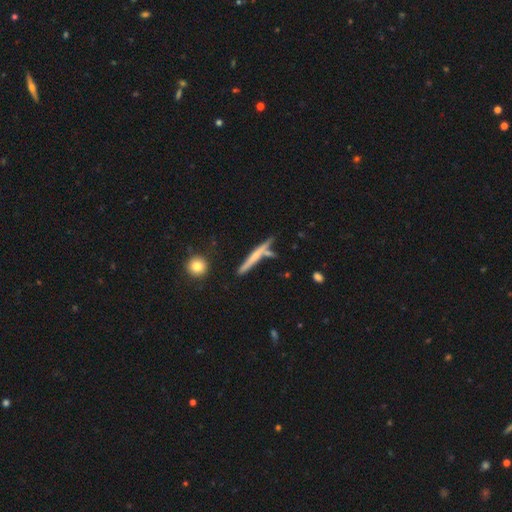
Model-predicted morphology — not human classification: Overall: featured or disk (53%; smooth 40%). Edge-on disk: yes (95%). Edge-on bulge: none (53%; rounded 38%). Merging: none (69%).